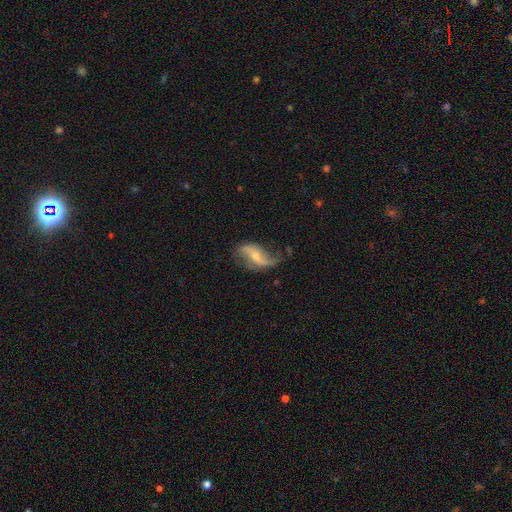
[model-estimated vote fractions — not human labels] Smooth or featured: featured or disk — 81% (smooth — 13%)
Edge-on disk: no — 94% (yes — 6%)
Bar: weak — 36% (no — 34%)
Spiral arms: yes — 92% (no — 8%)
Spiral winding: loose — 87% (medium — 10%)
Spiral arm count: 2 — 89% (1 — 5%)
Bulge size: small — 53% (moderate — 40%)
Merging: none — 61% (minor disturbance — 24%)